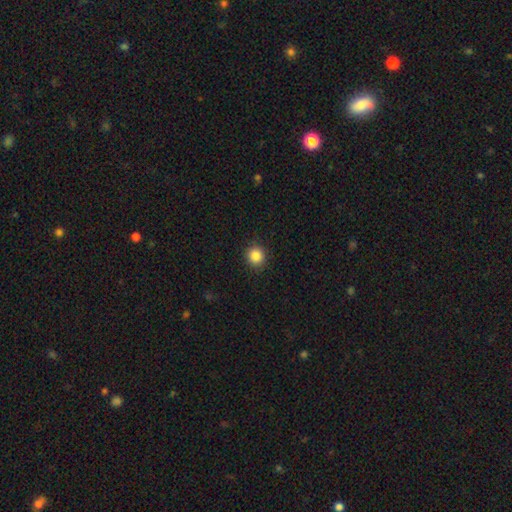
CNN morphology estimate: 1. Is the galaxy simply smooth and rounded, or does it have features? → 86% smooth, 10% star or artifact, 4% featured or disk.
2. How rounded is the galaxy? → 91% round, 8% in between, 1% cigar-shaped.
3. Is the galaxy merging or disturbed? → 91% none, 6% minor disturbance, 2% major disturbance, 1% merger.